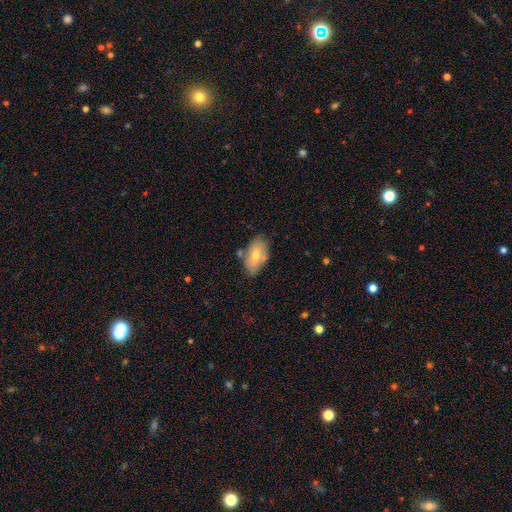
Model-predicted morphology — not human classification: A smooth galaxy with no disk features (64%) that is in between round and cigar-shaped (91%).

Vote fractions:
- Smooth or featured? smooth: 64% / featured or disk: 29% / star or artifact: 7%
- How rounded? in between: 91% / round: 5% / cigar-shaped: 4%
- Merging? none: 68% / minor disturbance: 19% / merger: 9% / major disturbance: 4%